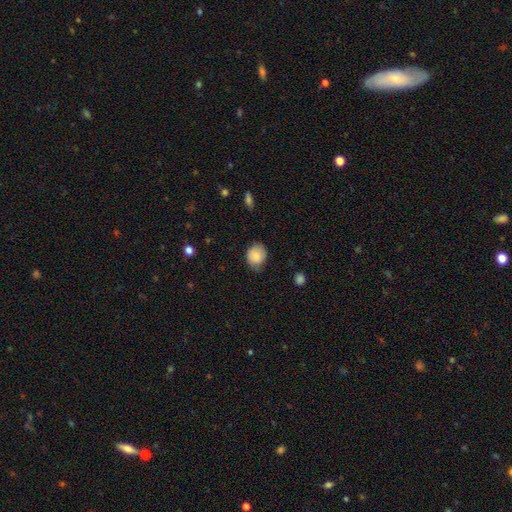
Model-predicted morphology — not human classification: A smooth galaxy with no disk features (82%) that is round (65%). Merging: none (67%).